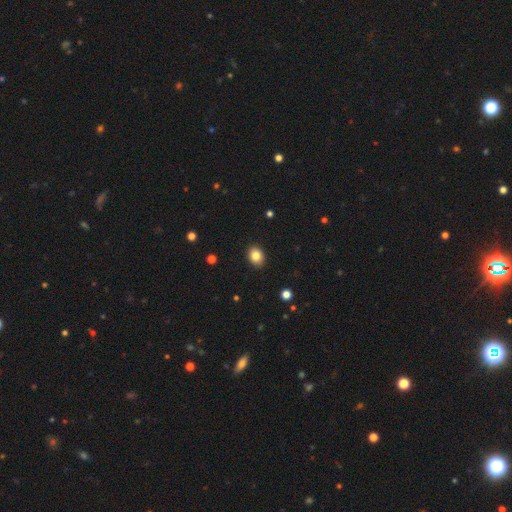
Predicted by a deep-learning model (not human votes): A smooth galaxy with no disk features (84%) that is in between round and cigar-shaped (52%).

Vote fractions:
- Smooth or featured? smooth: 84% / star or artifact: 10% / featured or disk: 6%
- How rounded? in between: 52% / round: 47% / cigar-shaped: 1%
- Merging? none: 91% / minor disturbance: 6% / major disturbance: 2% / merger: 1%